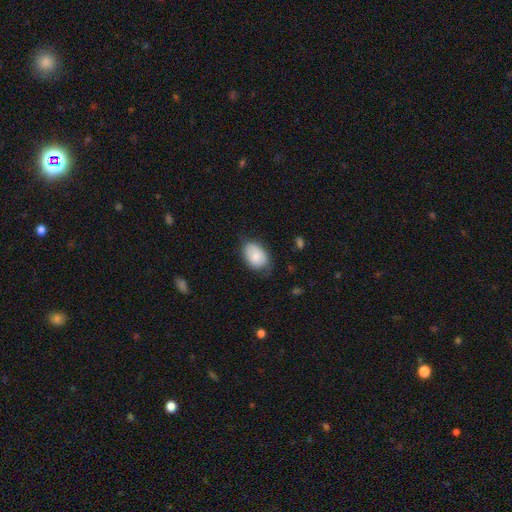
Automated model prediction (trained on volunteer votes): smooth 80%, featured or disk 13%, star or artifact 7%. Down the decision tree: how rounded — in between (84%); merging — none (64%).